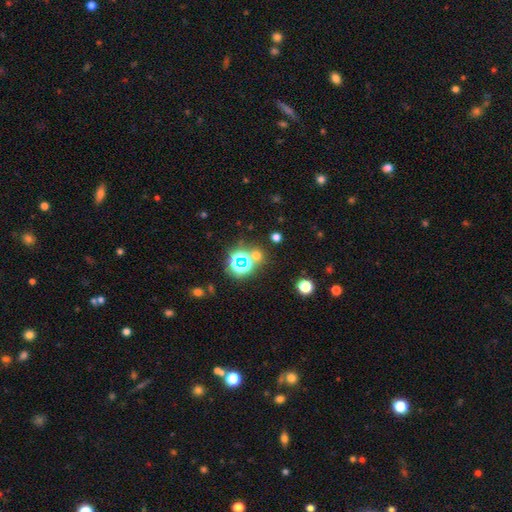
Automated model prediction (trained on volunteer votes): smooth_or_featured: star or artifact (p=0.48) [alt: smooth p=0.44]